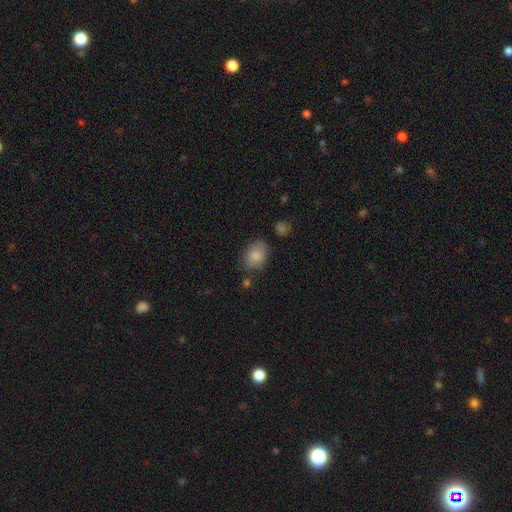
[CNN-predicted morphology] Smooth or featured? smooth (82%)
How rounded? in between (66%)
Merging? none (70%)